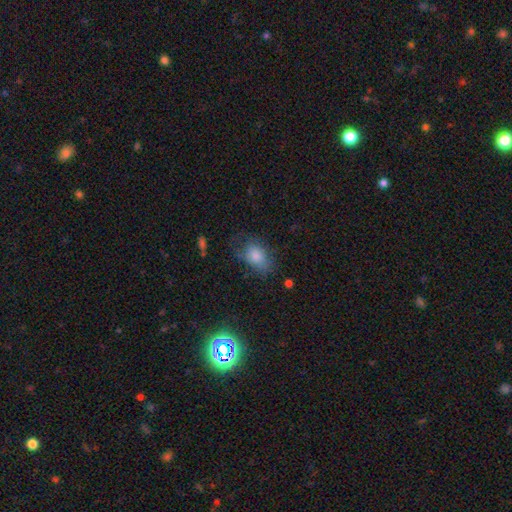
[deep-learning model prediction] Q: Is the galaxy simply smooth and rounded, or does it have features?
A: smooth — 71%.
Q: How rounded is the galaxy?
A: in between — 78%.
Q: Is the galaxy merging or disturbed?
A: none — 59%.